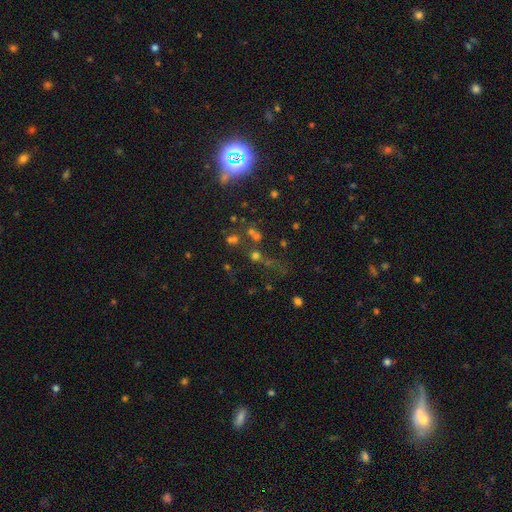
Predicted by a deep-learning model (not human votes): Smooth or featured? Predicted: star or artifact (p=0.53).